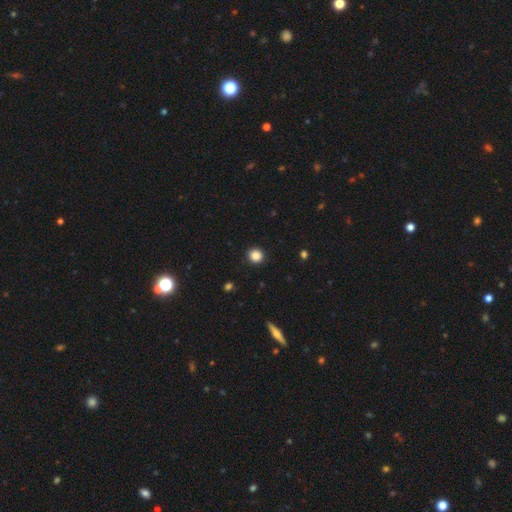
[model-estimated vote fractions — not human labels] Smooth or featured? Predicted: smooth (p=0.86). How rounded? Predicted: round (p=0.91). Merging? Predicted: none (p=0.92).